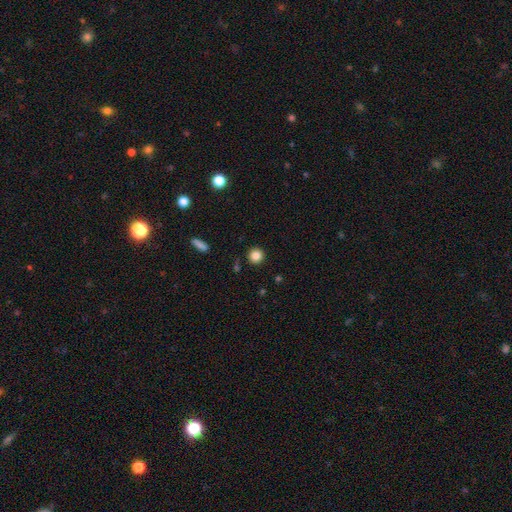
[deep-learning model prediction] smooth 84%, star or artifact 11%, featured or disk 5%. Down the decision tree: how rounded — round (94%); merging — none (90%).